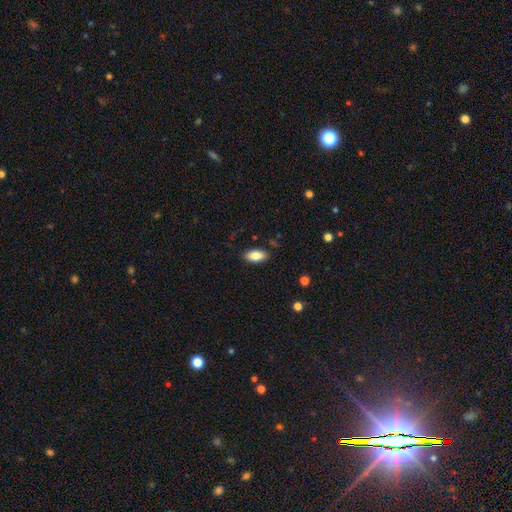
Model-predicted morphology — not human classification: Smooth or featured: smooth — 84% (featured or disk — 8%)
How rounded: in between — 91% (cigar-shaped — 7%)
Merging: none — 87% (minor disturbance — 10%)